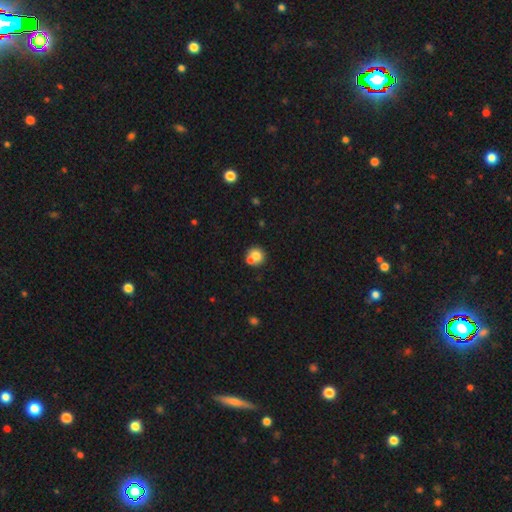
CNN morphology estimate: Smooth or featured? smooth (74%)
How rounded? round (86%)
Merging? none (50%)